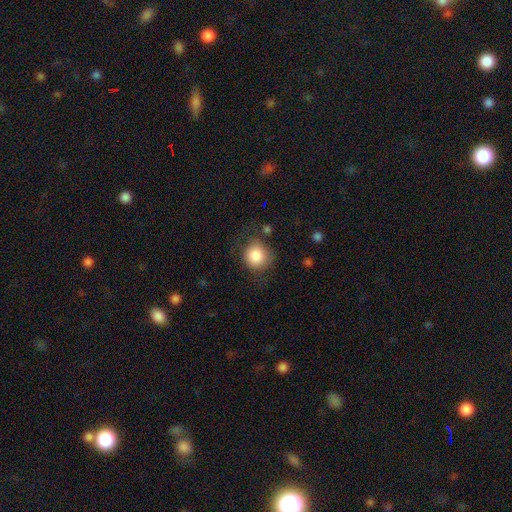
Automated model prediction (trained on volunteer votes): The model was most divided on "merging": none: 68%, minor disturbance: 20%, major disturbance: 9%, merger: 3%. More confident: how rounded — round (87%); smooth or featured — smooth (86%).